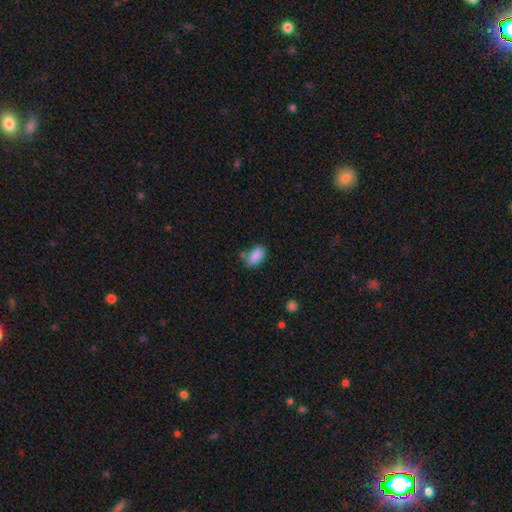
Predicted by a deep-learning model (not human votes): Smooth or featured?
  - smooth: 86% *
  - star or artifact: 8%
  - featured or disk: 7%
How rounded?
  - in between: 91% *
  - round: 7%
  - cigar-shaped: 2%
Merging?
  - none: 61% *
  - minor disturbance: 23%
  - merger: 10%
  - major disturbance: 5%